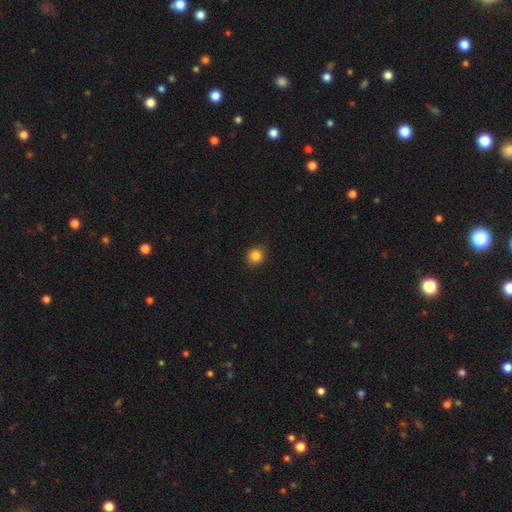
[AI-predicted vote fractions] Morphology: type=smooth (86%); roundness=round (85%); merging=none (90%).